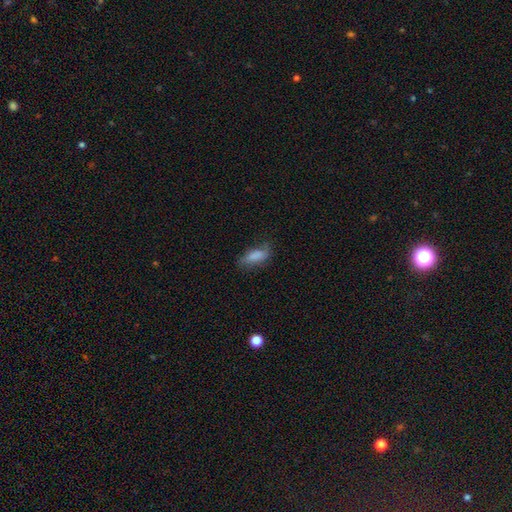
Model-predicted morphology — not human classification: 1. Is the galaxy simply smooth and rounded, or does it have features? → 79% smooth, 13% featured or disk, 8% star or artifact.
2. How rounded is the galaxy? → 78% in between, 19% cigar-shaped, 3% round.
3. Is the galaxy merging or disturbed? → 56% none, 30% minor disturbance, 12% major disturbance, 2% merger.